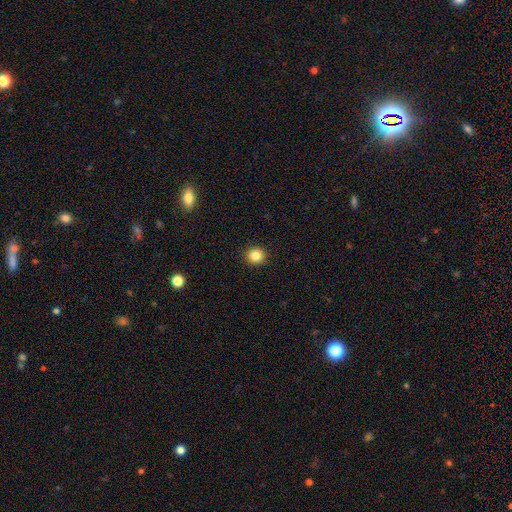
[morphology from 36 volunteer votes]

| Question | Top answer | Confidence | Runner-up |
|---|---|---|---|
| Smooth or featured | smooth | 94% | featured or disk (3%) |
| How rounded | round | 85% | in between (15%) |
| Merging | none | 91% | minor disturbance (6%) |